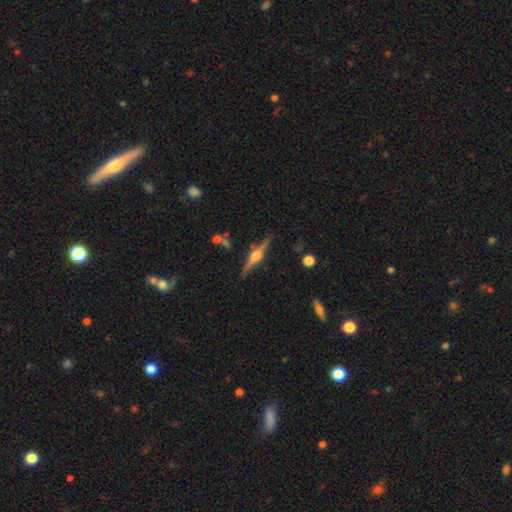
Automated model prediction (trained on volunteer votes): Morphology: type=featured or disk (85%); edge-on=yes (98%); edge-on bulge=rounded (94%); merging=none (87%).